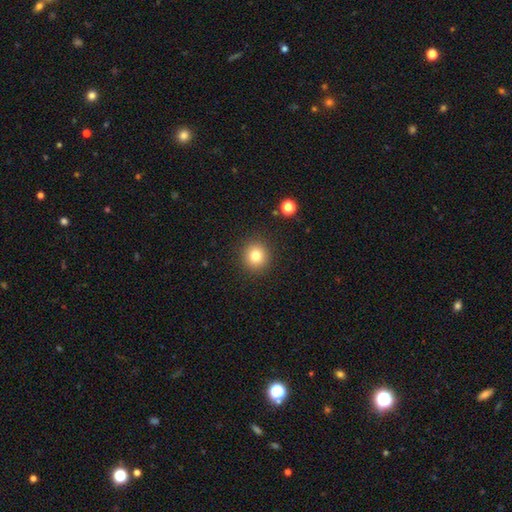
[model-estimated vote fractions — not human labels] A smooth galaxy with no disk features (80%) that is round (93%). Merging: none (90%).